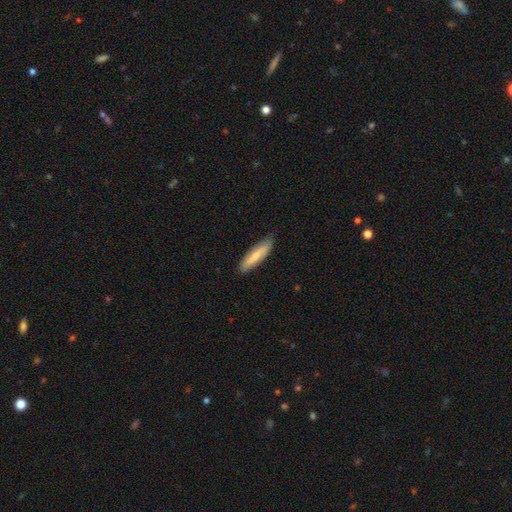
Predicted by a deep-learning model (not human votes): Morphology: type=smooth (69%); roundness=cigar-shaped (70%); merging=none (82%).